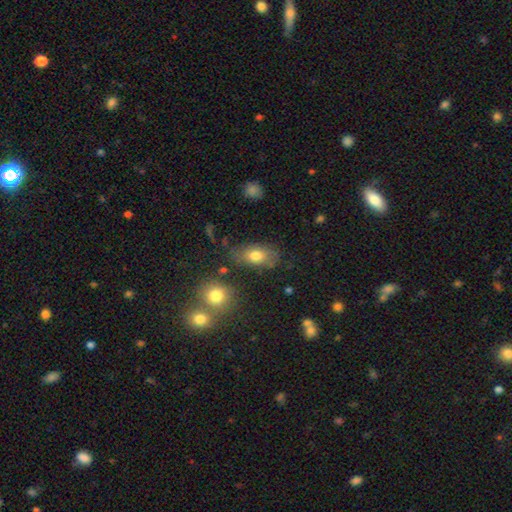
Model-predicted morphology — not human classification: Smooth or featured? Predicted: smooth (p=0.74). How rounded? Predicted: in between (p=0.84). Merging? Predicted: none (p=0.66).